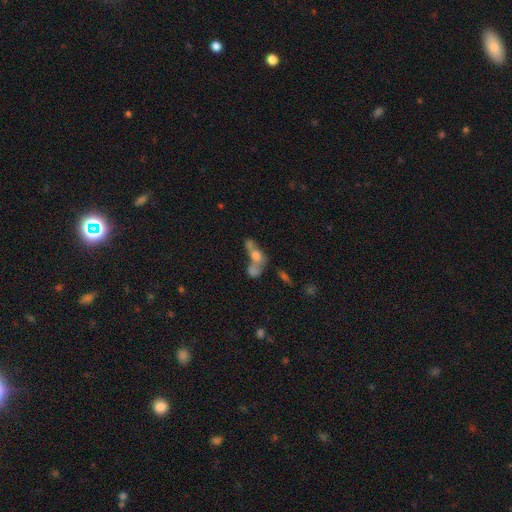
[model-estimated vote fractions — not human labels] This appears to be a smooth galaxy with no disk features (55%) that is in between round and cigar-shaped (64%). Merging: merger (66%).